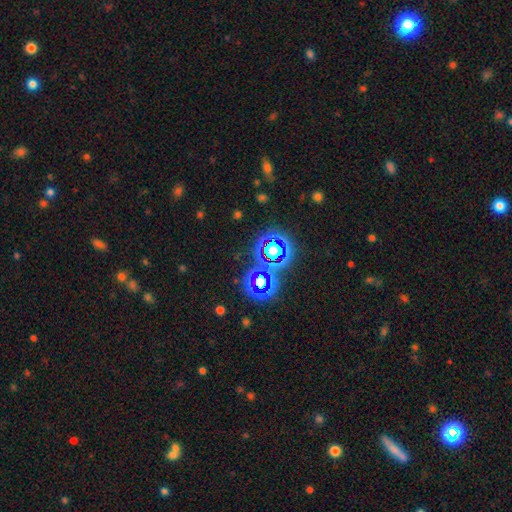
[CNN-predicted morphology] Overall: star or artifact (66%).